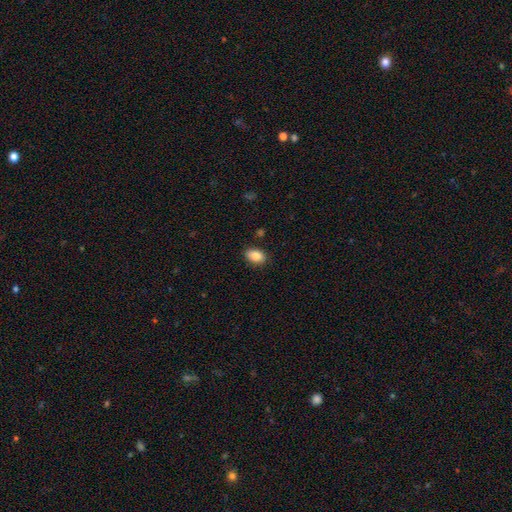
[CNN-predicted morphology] type=smooth (85%); roundness=in between (87%); merging=none (86%).